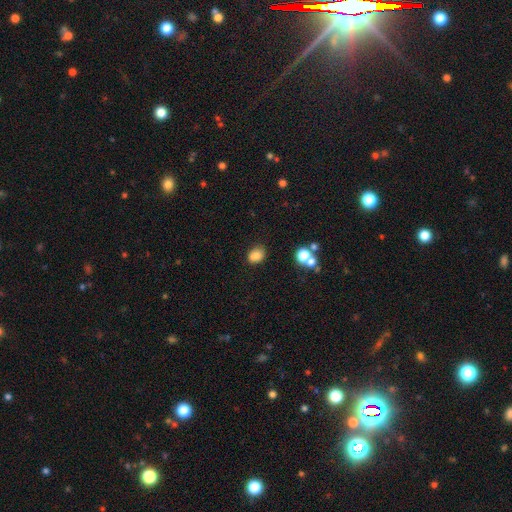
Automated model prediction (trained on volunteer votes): Overall: smooth (82%). How rounded: in between (60%; round 39%). Merging: none (77%).